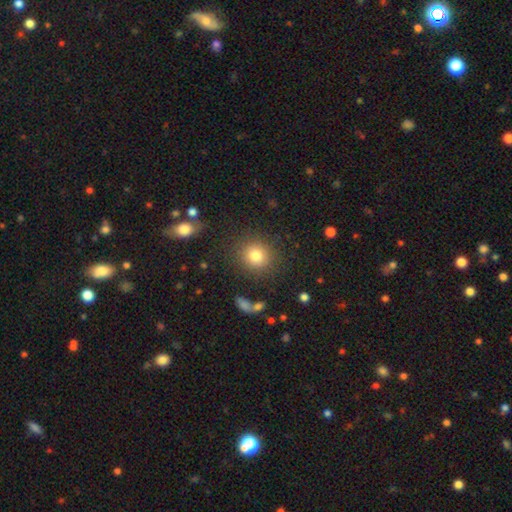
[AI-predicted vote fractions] smooth_or_featured: smooth (p=0.80) [alt: star or artifact p=0.12]
how_rounded: round (p=0.88) [alt: in between p=0.11]
merging: none (p=0.86) [alt: minor disturbance p=0.08]